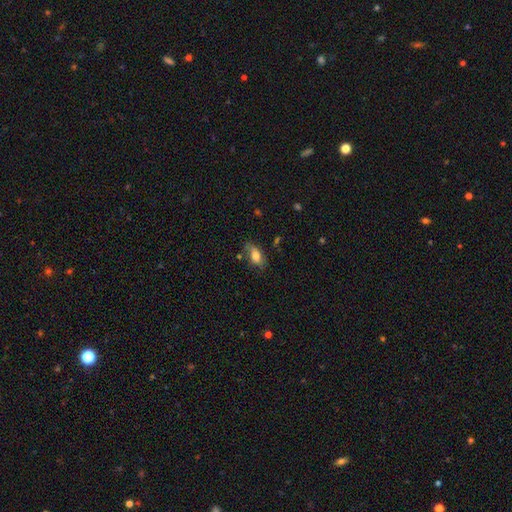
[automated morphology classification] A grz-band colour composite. It shows a smooth galaxy with no disk features (72%) that is in between round and cigar-shaped (87%). Merging: none (58%).